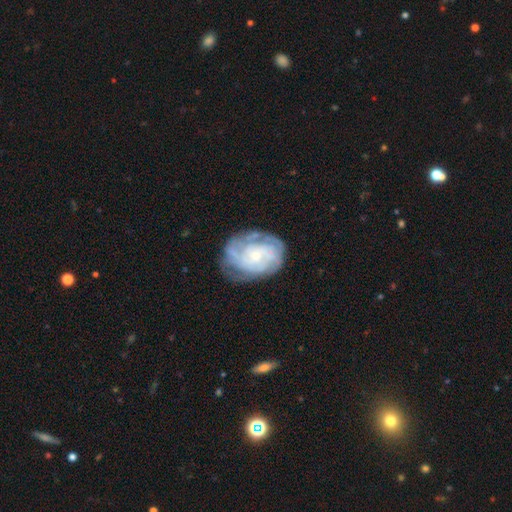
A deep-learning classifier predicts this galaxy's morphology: Smooth or featured? featured or disk (80%)
Edge-on disk? no (97%)
Bar? no (77%)
Spiral arms? yes (91%)
Spiral winding? tight (67%)
Spiral arm count? can't tell (40%)
Bulge size? small (72%)
Merging? none (67%)